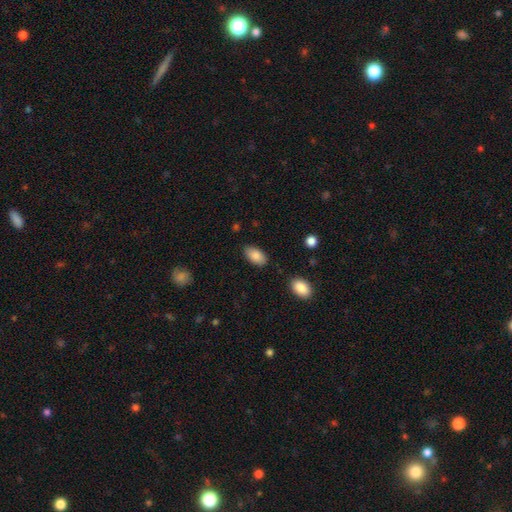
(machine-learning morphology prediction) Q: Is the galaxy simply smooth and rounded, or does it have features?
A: smooth — 86%.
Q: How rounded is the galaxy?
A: in between — 94%.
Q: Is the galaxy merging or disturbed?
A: none — 84%.